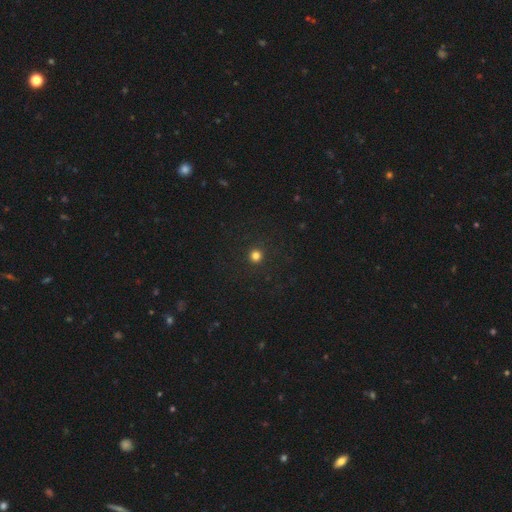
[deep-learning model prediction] smooth_or_featured: smooth (p=0.81) [alt: star or artifact p=0.15]
how_rounded: round (p=0.95) [alt: in between p=0.04]
merging: none (p=0.92) [alt: minor disturbance p=0.05]